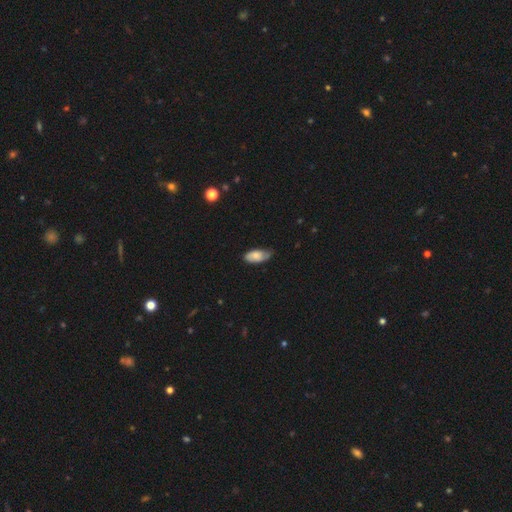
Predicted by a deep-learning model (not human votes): A smooth galaxy with no disk features (71%) that is in between round and cigar-shaped (90%). Merging: none (58%).